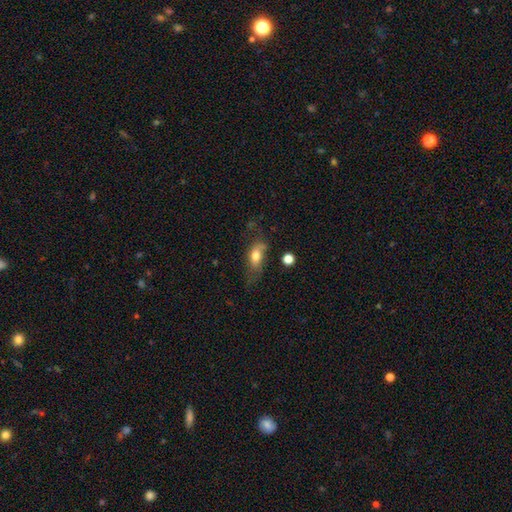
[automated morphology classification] type=smooth (70%); roundness=in between (78%); merging=none (42%).